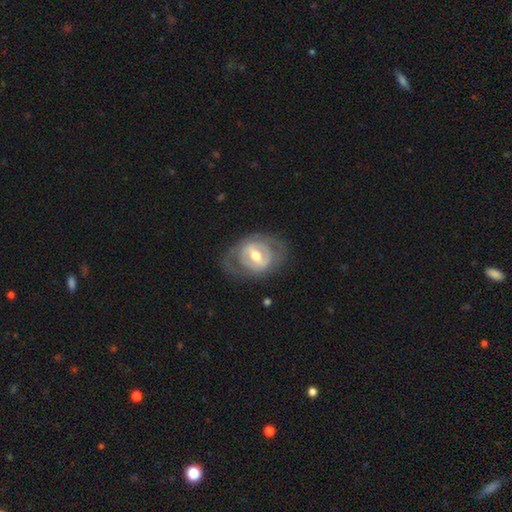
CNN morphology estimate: Overall: featured or disk (71%). Edge-on disk: no (94%). Bar: weak (39%; strong 38%). Spiral arms: no (57%; yes 43%). Bulge size: moderate (73%). Merging: none (70%).